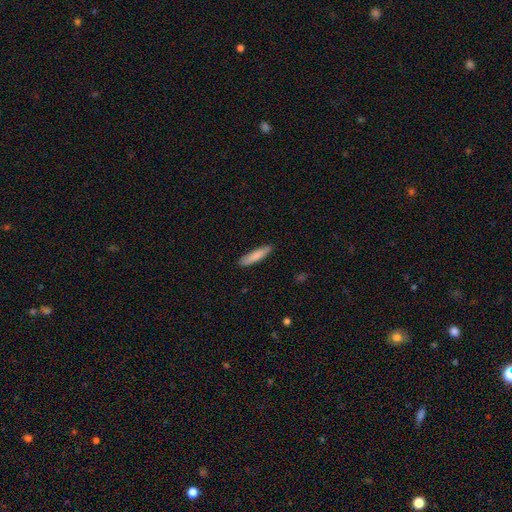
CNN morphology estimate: Smooth or featured? smooth (84%)
How rounded? cigar-shaped (82%)
Merging? none (87%)